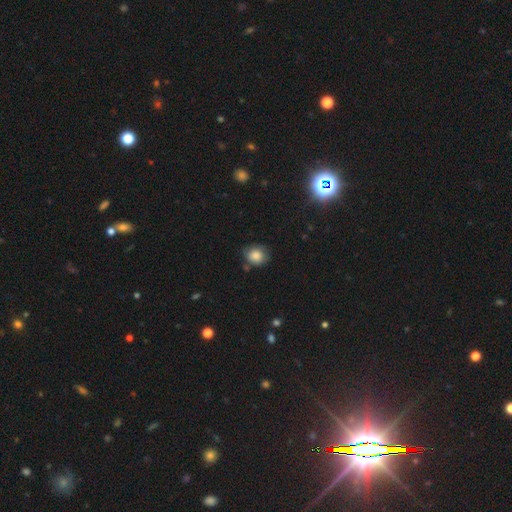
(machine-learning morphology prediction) smooth-or-featured: smooth: 83% | star or artifact: 9% | featured or disk: 8%
  how-rounded: round: 67% | in between: 32% | cigar-shaped: 1%
  merging: none: 67% | minor disturbance: 24% | major disturbance: 5% | merger: 4%